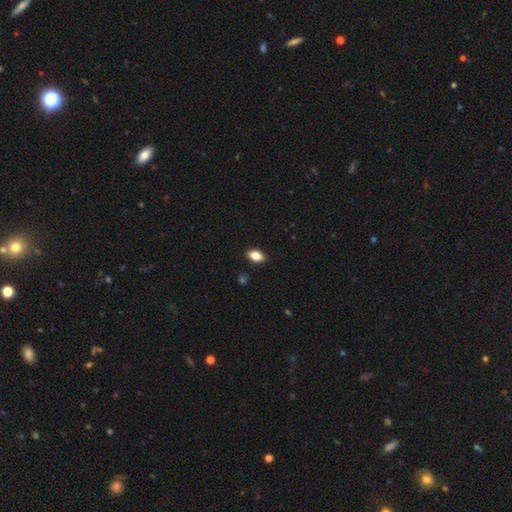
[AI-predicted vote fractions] This appears to be a smooth galaxy with no disk features (77%) that is in between round and cigar-shaped (86%). Merging: none (88%).